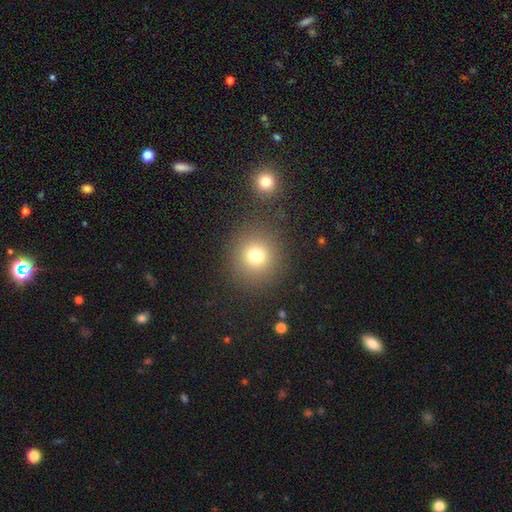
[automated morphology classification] smooth_or_featured: smooth (p=0.75) [alt: star or artifact p=0.16]
how_rounded: round (p=0.91) [alt: in between p=0.08]
merging: none (p=0.83) [alt: minor disturbance p=0.08]